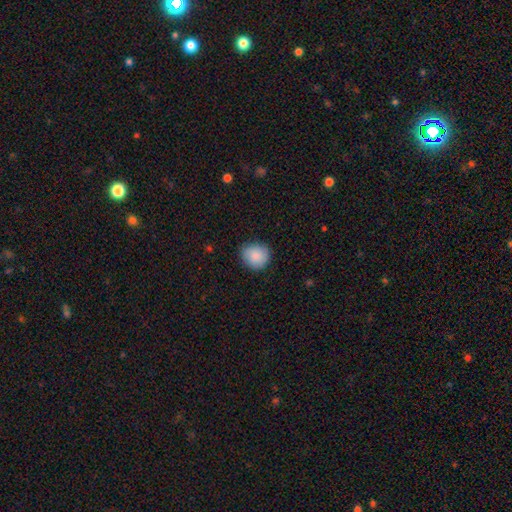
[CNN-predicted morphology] smooth_or_featured: smooth (p=0.87) [alt: star or artifact p=0.07]
how_rounded: round (p=0.87) [alt: in between p=0.12]
merging: none (p=0.83) [alt: minor disturbance p=0.13]